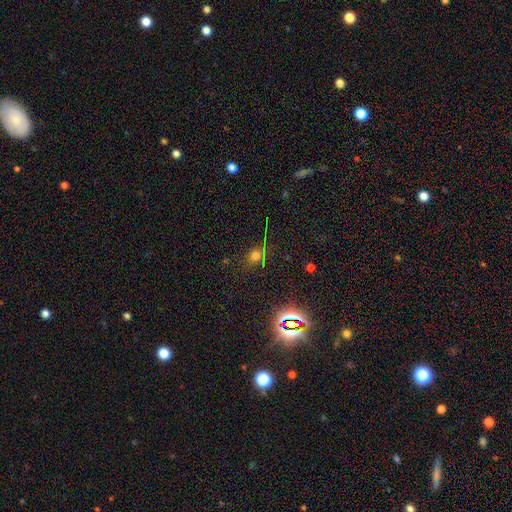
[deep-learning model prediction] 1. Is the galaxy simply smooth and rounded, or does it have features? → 52% smooth, 40% star or artifact, 8% featured or disk.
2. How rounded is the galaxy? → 78% round, 20% in between, 2% cigar-shaped.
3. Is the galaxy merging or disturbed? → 78% none, 12% minor disturbance, 6% major disturbance, 4% merger.